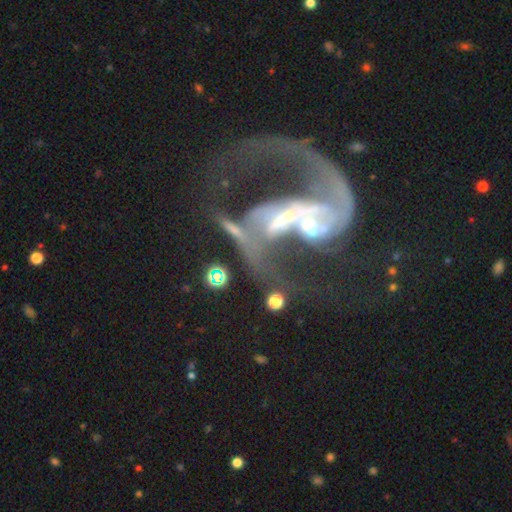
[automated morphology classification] smooth_or_featured: featured or disk (p=0.63) [alt: smooth p=0.21]
disk_edge_on: no (p=0.90) [alt: yes p=0.10]
bar: no (p=0.57) [alt: weak p=0.24]
has_spiral_arms: yes (p=0.60) [alt: no p=0.40]
bulge_size: small (p=0.36) [alt: moderate p=0.31]
merging: merger (p=0.55) [alt: major disturbance p=0.24]